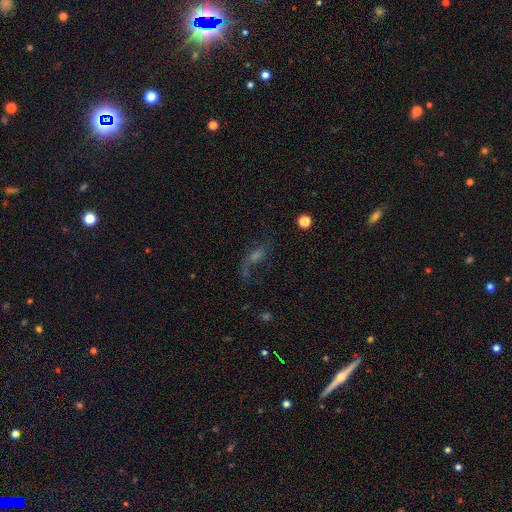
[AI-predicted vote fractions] The model was most divided on "smooth or featured": featured or disk: 49%, smooth: 28%, star or artifact: 22%. More confident: merging — none (52%).